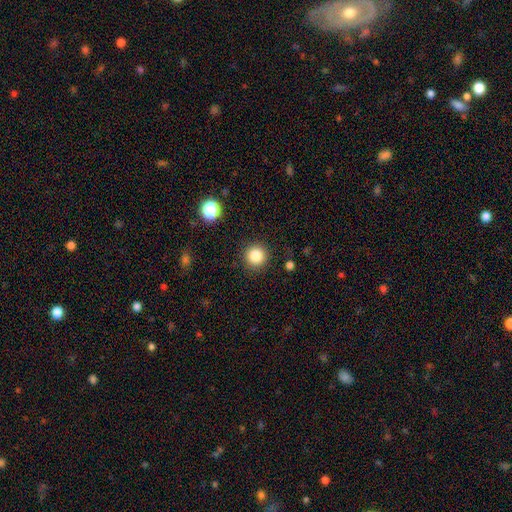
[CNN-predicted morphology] Smooth or featured: smooth — 83% (star or artifact — 11%)
How rounded: round — 94% (in between — 5%)
Merging: none — 90% (minor disturbance — 6%)